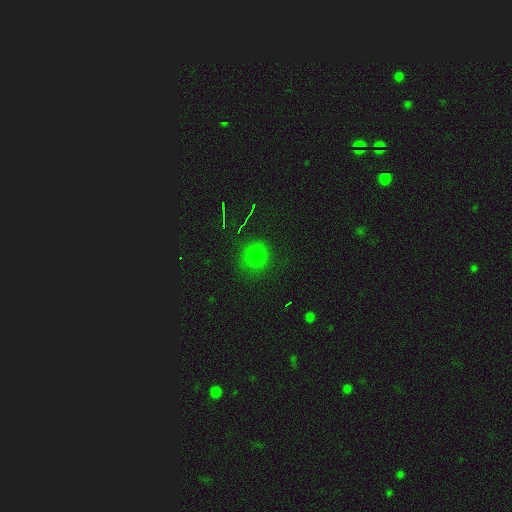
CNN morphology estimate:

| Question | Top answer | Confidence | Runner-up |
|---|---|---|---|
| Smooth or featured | smooth | 72% | star or artifact (22%) |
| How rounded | round | 86% | in between (13%) |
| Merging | none | 84% | minor disturbance (11%) |